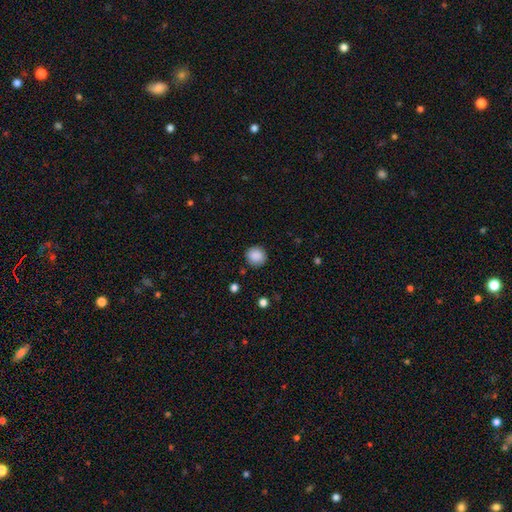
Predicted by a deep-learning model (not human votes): Smooth or featured: smooth — 88% (star or artifact — 9%)
How rounded: round — 90% (in between — 9%)
Merging: none — 88% (minor disturbance — 8%)